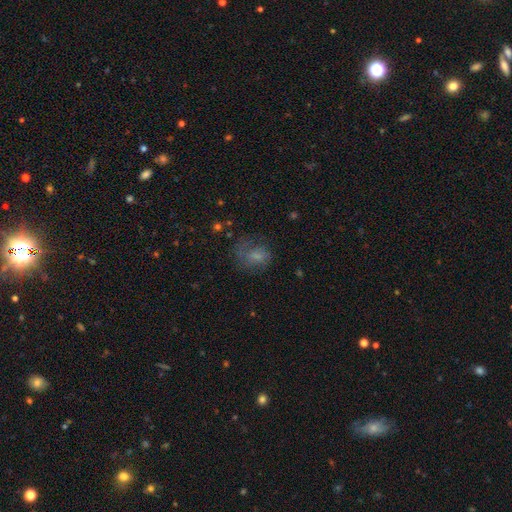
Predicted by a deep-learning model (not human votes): Overall: smooth (53%; featured or disk 32%). How rounded: in between (58%; round 40%). Merging: none (44%; major disturbance 30%).